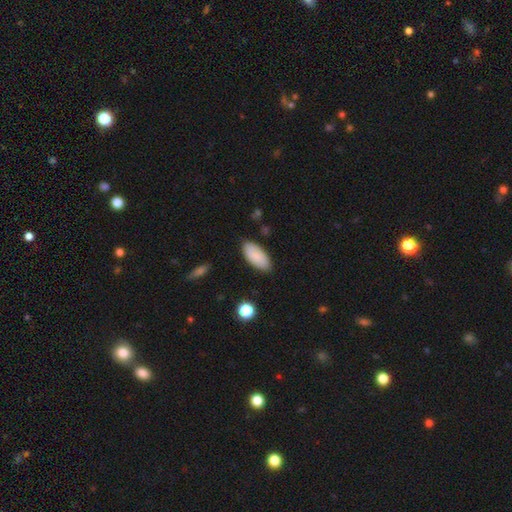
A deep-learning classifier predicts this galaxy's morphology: smooth_or_featured: smooth (p=0.87) [alt: featured or disk p=0.06]
how_rounded: in between (p=0.91) [alt: cigar-shaped p=0.08]
merging: none (p=0.85) [alt: minor disturbance p=0.12]